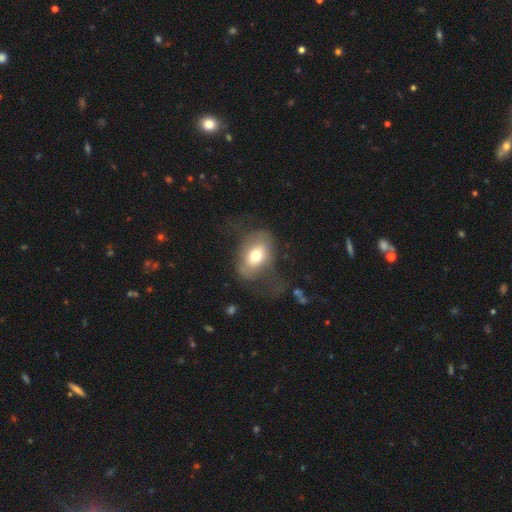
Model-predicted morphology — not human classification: Smooth or featured? smooth (62%)
How rounded? in between (77%)
Merging? none (47%)